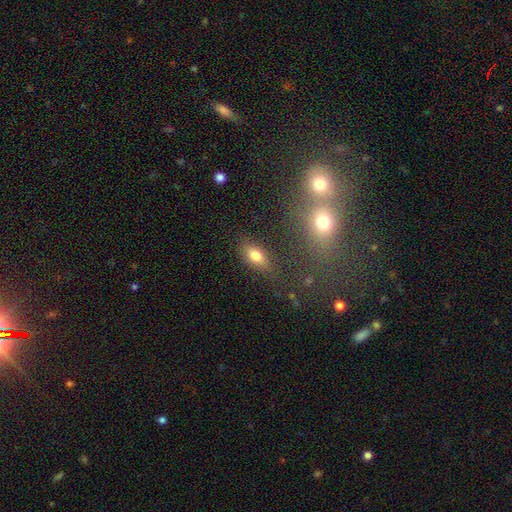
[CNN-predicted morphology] Smooth or featured?
  - smooth: 79% *
  - featured or disk: 11%
  - star or artifact: 10%
How rounded?
  - in between: 83% *
  - cigar-shaped: 10%
  - round: 7%
Merging?
  - none: 79% *
  - minor disturbance: 14%
  - major disturbance: 4%
  - merger: 4%